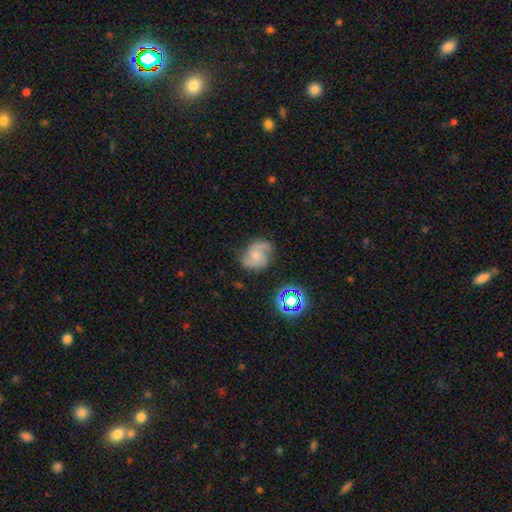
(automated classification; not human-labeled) A featured or disk galaxy (65%) with no bar (71%), 2 (68%) medium (46%) spiral arms (91%) and a small central bulge (62%). Merging: none (62%).